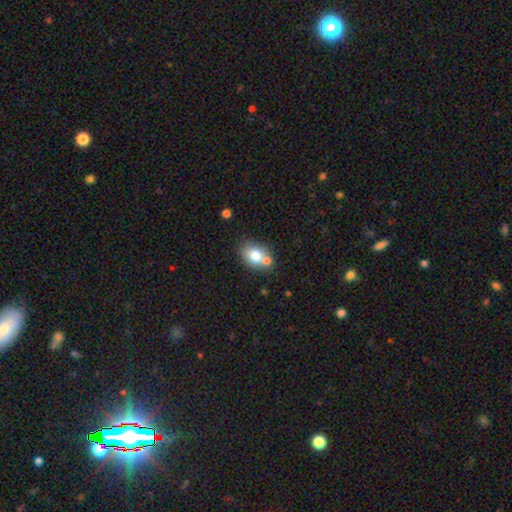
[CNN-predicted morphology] A smooth galaxy with no disk features (74%) that is in between round and cigar-shaped (67%). Merging: none (52%).